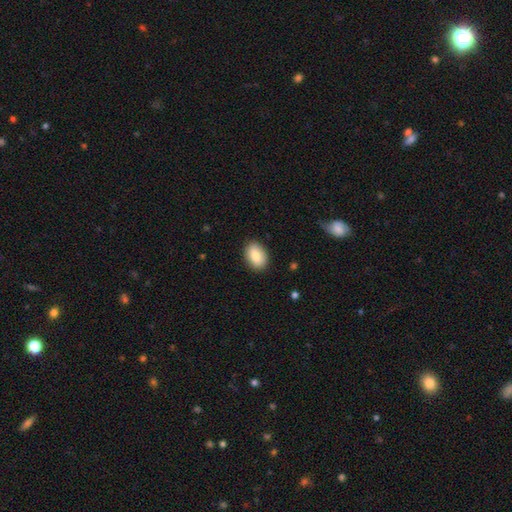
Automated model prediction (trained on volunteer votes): smooth 84%, featured or disk 9%, star or artifact 7%. Down the decision tree: how rounded — in between (86%); merging — none (88%).